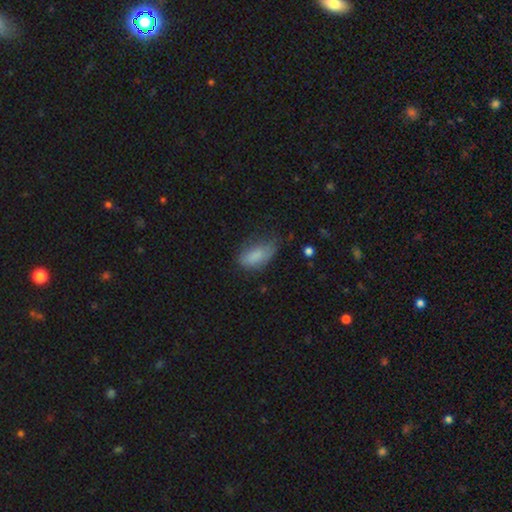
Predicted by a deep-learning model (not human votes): Smooth or featured? smooth (82%)
How rounded? in between (89%)
Merging? none (42%)